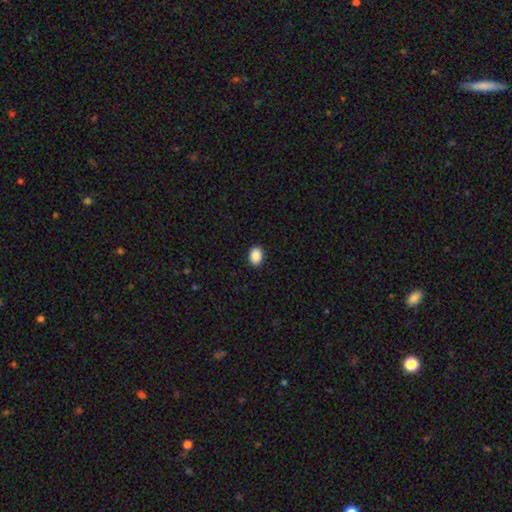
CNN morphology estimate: Smooth or featured: smooth — 90% (star or artifact — 8%)
How rounded: in between — 67% (round — 32%)
Merging: none — 90% (minor disturbance — 7%)